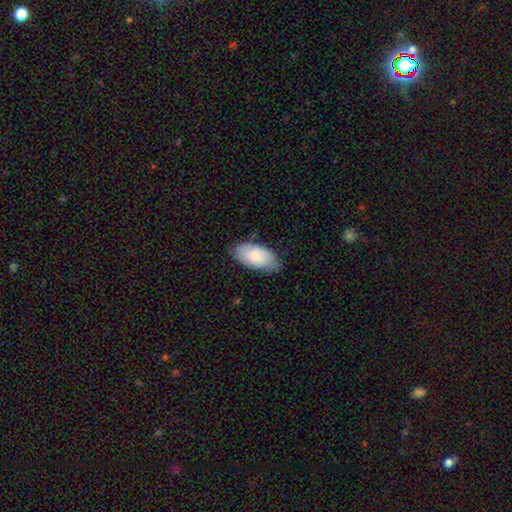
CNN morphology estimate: Smooth or featured? smooth (80%)
How rounded? in between (95%)
Merging? none (72%)